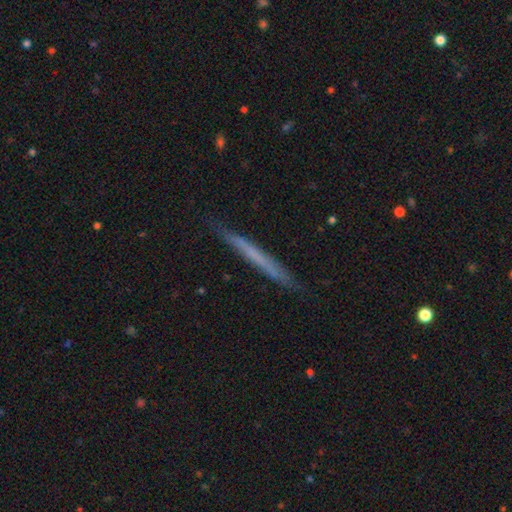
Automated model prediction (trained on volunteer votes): Q: Smooth or featured?
A: smooth (48%); runner-up: featured or disk (46%)
Q: Merging?
A: none (89%); runner-up: minor disturbance (8%)